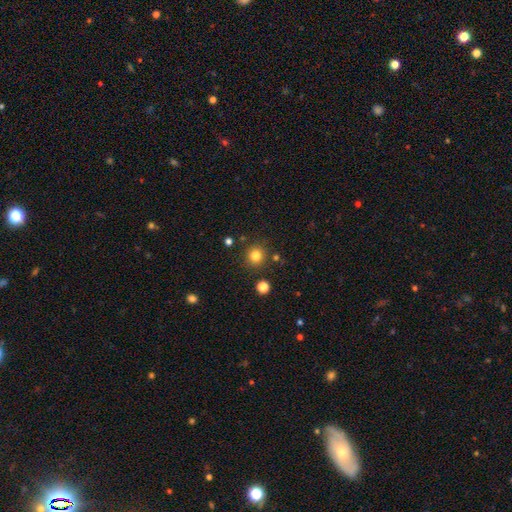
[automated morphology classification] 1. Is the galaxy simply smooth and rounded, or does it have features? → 81% smooth, 13% star or artifact, 5% featured or disk.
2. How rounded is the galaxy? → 93% round, 6% in between, 1% cigar-shaped.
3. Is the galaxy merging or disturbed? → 86% none, 7% minor disturbance, 4% merger, 3% major disturbance.